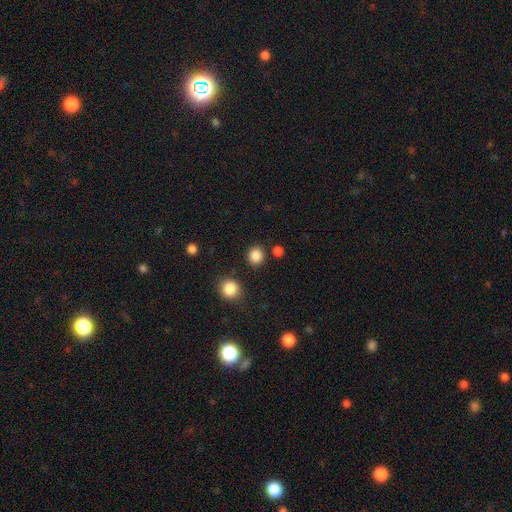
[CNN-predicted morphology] A smooth galaxy with no disk features (86%) that is round (83%).

Vote fractions:
- Smooth or featured? smooth: 86% / star or artifact: 11% / featured or disk: 3%
- How rounded? round: 83% / in between: 16% / cigar-shaped: 1%
- Merging? none: 86% / minor disturbance: 7% / merger: 4% / major disturbance: 3%